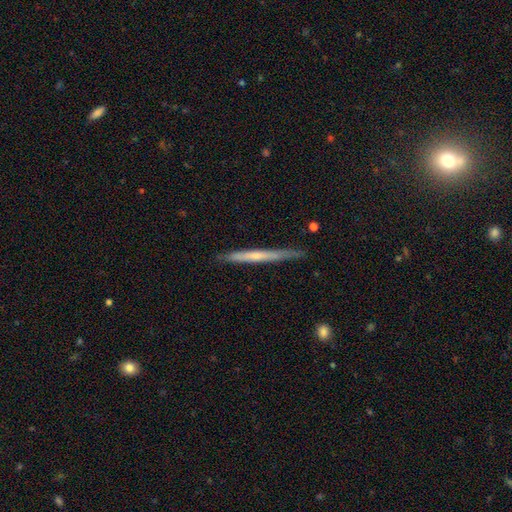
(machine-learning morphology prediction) Smooth or featured?
  - featured or disk: 54% *
  - smooth: 40%
  - star or artifact: 6%
Edge-on disk?
  - yes: 96% *
  - no: 4%
Edge-on bulge?
  - none: 63% *
  - rounded: 32%
  - boxy: 4%
Merging?
  - none: 84% *
  - minor disturbance: 13%
  - major disturbance: 2%
  - merger: 1%